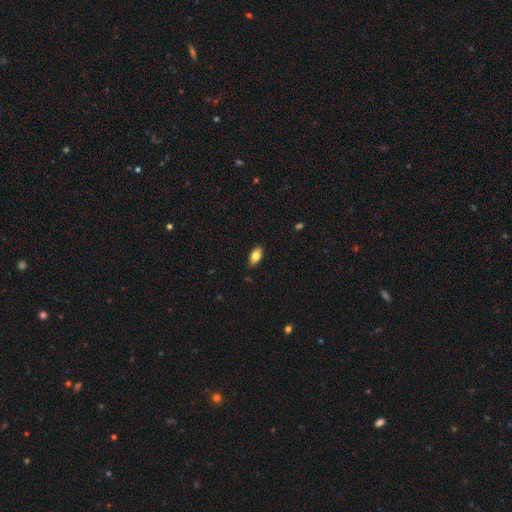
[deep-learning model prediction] A smooth galaxy with no disk features (79%) that is in between round and cigar-shaped (90%).

Vote fractions:
- Smooth or featured? smooth: 79% / featured or disk: 14% / star or artifact: 7%
- How rounded? in between: 90% / cigar-shaped: 6% / round: 4%
- Merging? none: 87% / minor disturbance: 10% / major disturbance: 2% / merger: 1%